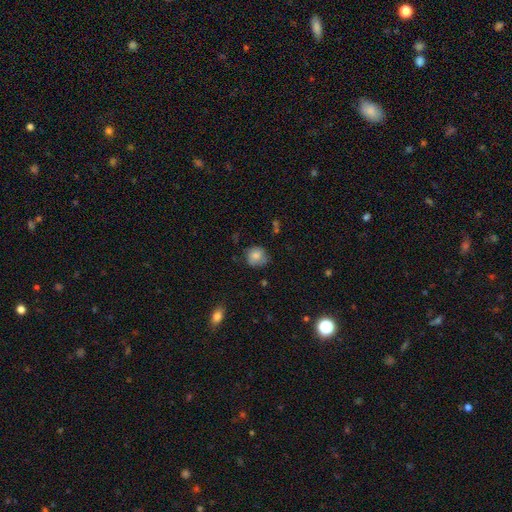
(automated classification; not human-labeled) smooth_or_featured: smooth (p=0.79) [alt: featured or disk p=0.12]
how_rounded: round (p=0.81) [alt: in between p=0.18]
merging: none (p=0.66) [alt: minor disturbance p=0.26]